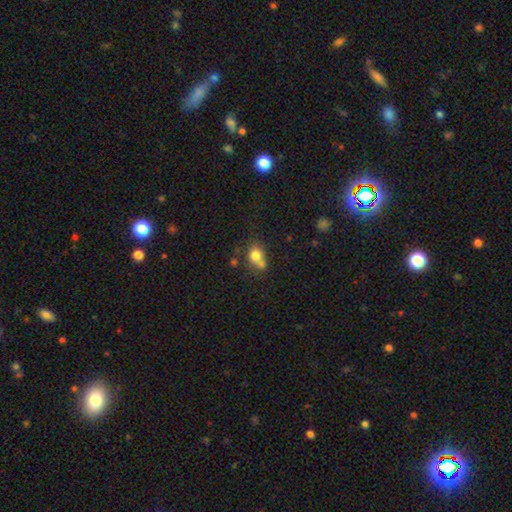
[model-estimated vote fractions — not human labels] A smooth galaxy with no disk features (77%) that is round (58%).

Vote fractions:
- Smooth or featured? smooth: 77% / featured or disk: 12% / star or artifact: 11%
- How rounded? round: 58% / in between: 40% / cigar-shaped: 1%
- Merging? merger: 41% / none: 40% / minor disturbance: 13% / major disturbance: 5%